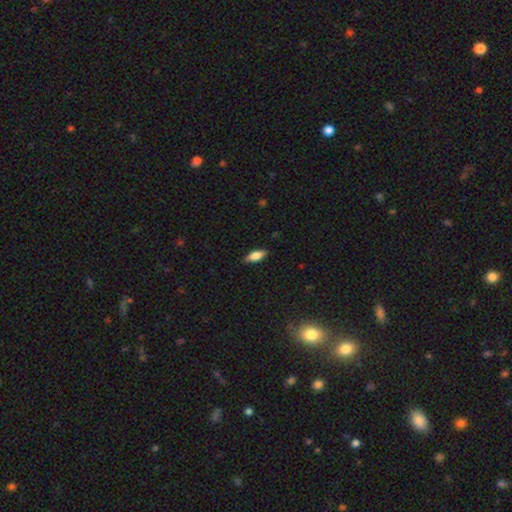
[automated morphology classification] Smooth or featured? Predicted: smooth (p=0.76). How rounded? Predicted: in between (p=0.77). Merging? Predicted: none (p=0.86).